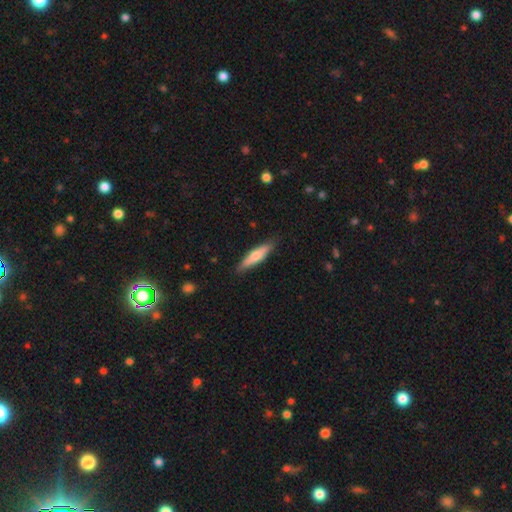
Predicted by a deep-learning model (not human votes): This is possibly a smooth galaxy (57%). How rounded: likely cigar-shaped (77%). Merging: clearly none (86%).